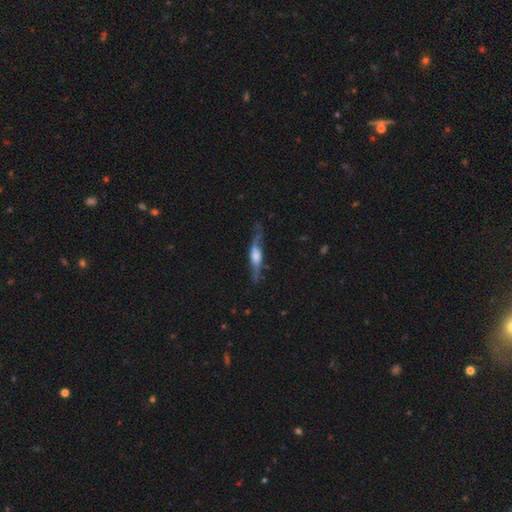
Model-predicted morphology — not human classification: Smooth or featured? Predicted: featured or disk (p=0.68). Edge-on disk? Predicted: yes (p=0.72). Merging? Predicted: none (p=0.65).